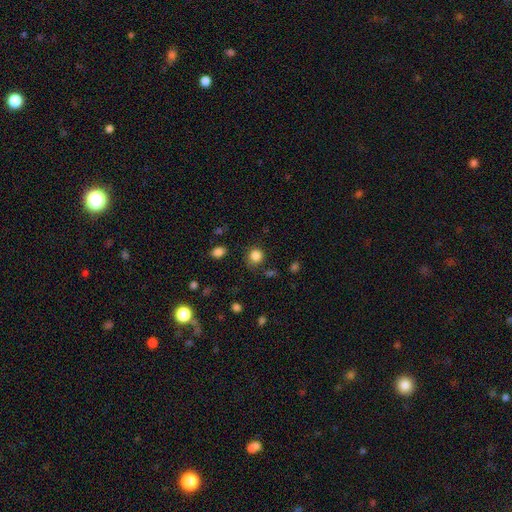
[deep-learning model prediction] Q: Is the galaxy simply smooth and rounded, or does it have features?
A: smooth — 85%.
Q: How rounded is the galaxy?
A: round — 86%.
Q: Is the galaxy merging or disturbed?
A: none — 78%.